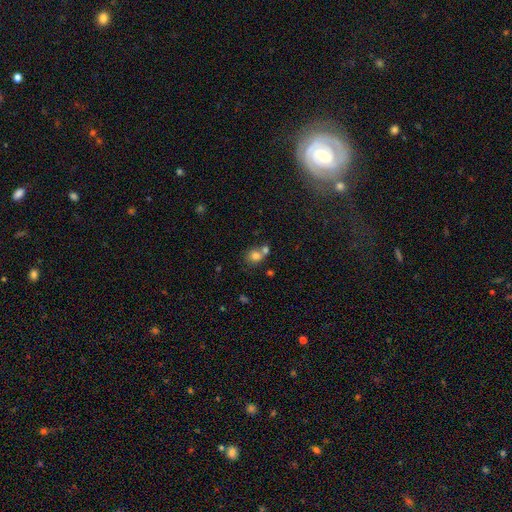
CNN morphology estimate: Smooth or featured: smooth — 77% (star or artifact — 12%)
How rounded: round — 72% (in between — 27%)
Merging: merger — 46% (none — 40%)